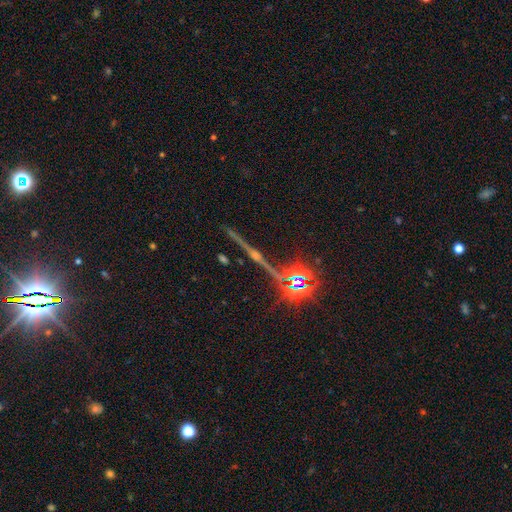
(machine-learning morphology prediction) Overall: featured or disk (52%; star or artifact 39%). Edge-on disk: yes (92%). Merging: none (83%).